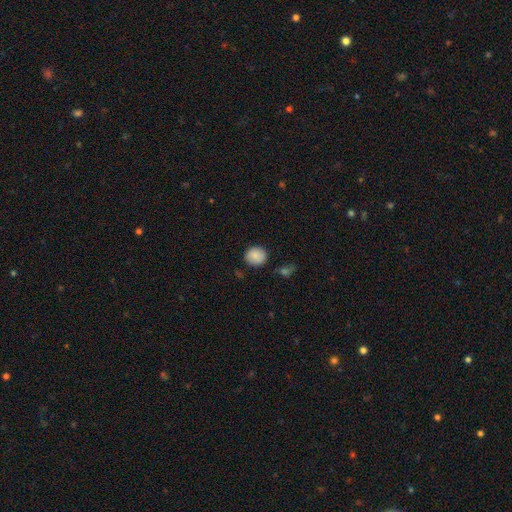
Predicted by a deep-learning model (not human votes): Smooth or featured? Predicted: smooth (p=0.86). How rounded? Predicted: round (p=0.81). Merging? Predicted: none (p=0.83).